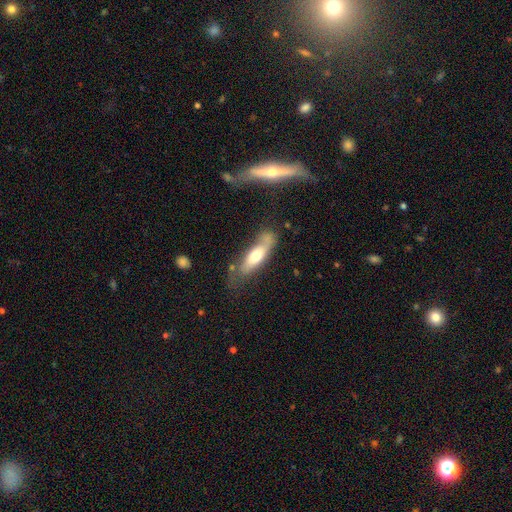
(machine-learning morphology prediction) Q: Smooth or featured?
A: smooth (55%); runner-up: featured or disk (39%)
Q: How rounded?
A: cigar-shaped (52%); runner-up: in between (46%)
Q: Merging?
A: none (53%); runner-up: minor disturbance (27%)